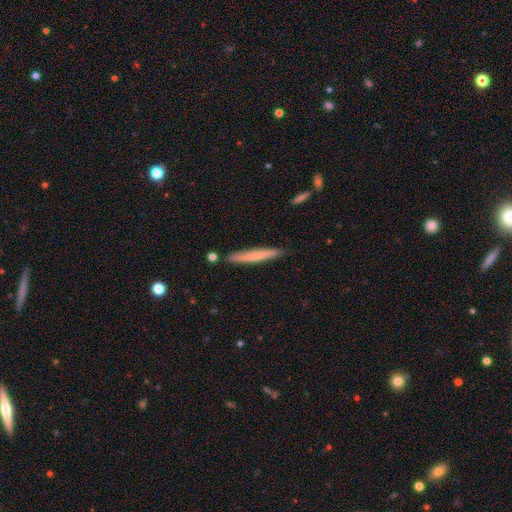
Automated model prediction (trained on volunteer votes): smooth_or_featured: smooth (p=0.62) [alt: featured or disk p=0.32]
how_rounded: cigar-shaped (p=0.95) [alt: in between p=0.03]
merging: none (p=0.87) [alt: minor disturbance p=0.09]